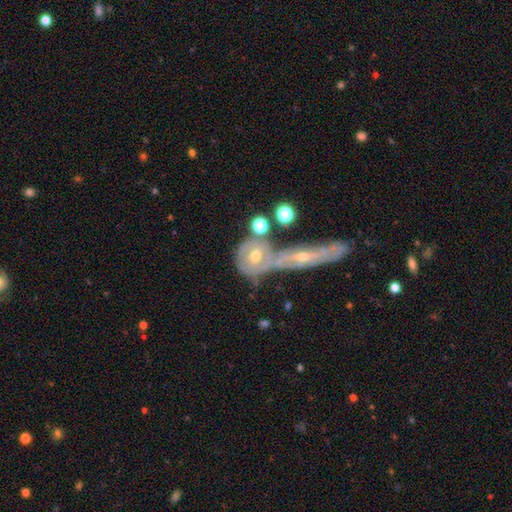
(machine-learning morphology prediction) This is possibly a featured or disk galaxy (58%). It is likely not viewed edge-on (67%). Merging: marginally merger (44%).